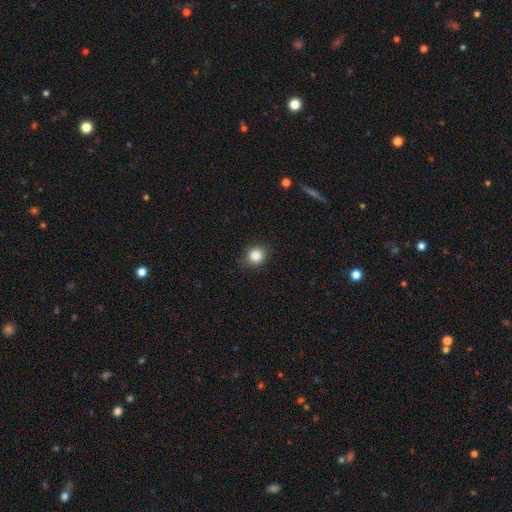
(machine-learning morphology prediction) Overall: smooth (86%). How rounded: round (87%). Merging: none (86%).